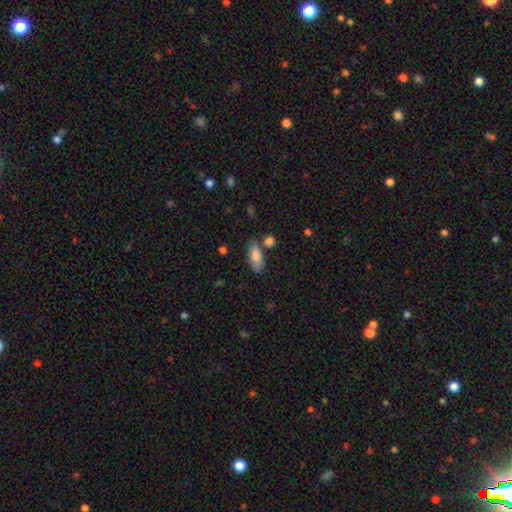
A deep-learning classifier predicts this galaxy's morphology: This appears to be a smooth galaxy with no disk features (81%) that is in between round and cigar-shaped (79%). Merging: none (70%).